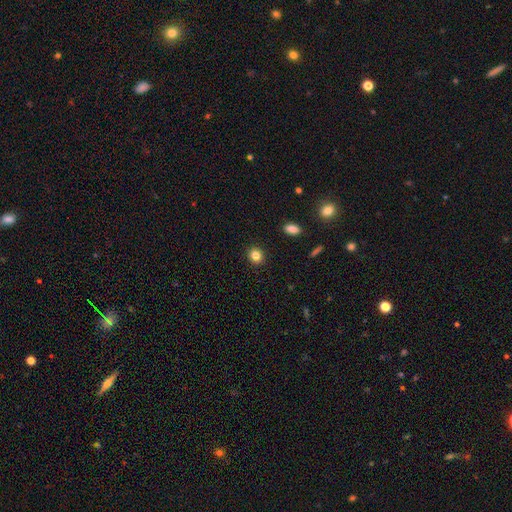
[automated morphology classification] smooth_or_featured: smooth (p=0.84) [alt: star or artifact p=0.11]
how_rounded: round (p=0.78) [alt: in between p=0.21]
merging: none (p=0.91) [alt: minor disturbance p=0.06]